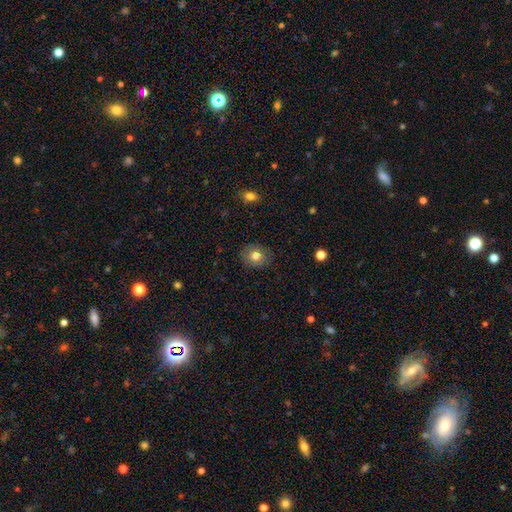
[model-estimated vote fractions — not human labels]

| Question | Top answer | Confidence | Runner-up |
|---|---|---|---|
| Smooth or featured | smooth | 78% | featured or disk (13%) |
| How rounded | round | 62% | in between (37%) |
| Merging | none | 86% | minor disturbance (10%) |